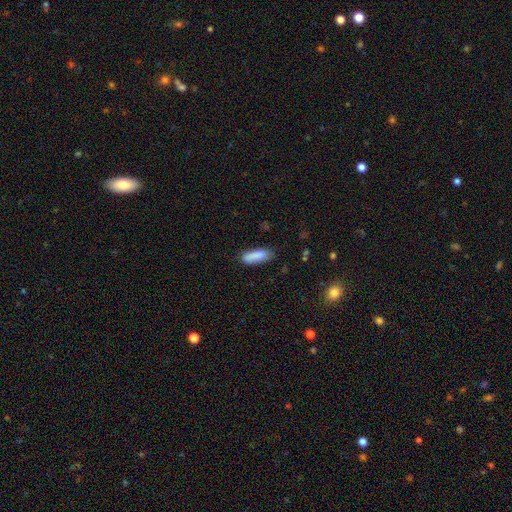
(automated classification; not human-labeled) Smooth or featured: smooth — 86% (featured or disk — 7%)
How rounded: in between — 52% (cigar-shaped — 46%)
Merging: none — 73% (minor disturbance — 20%)